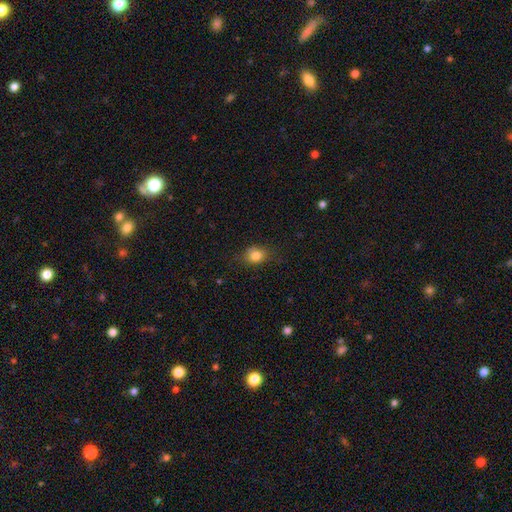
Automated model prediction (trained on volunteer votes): Q: Smooth or featured?
A: smooth (82%); runner-up: star or artifact (10%)
Q: How rounded?
A: in between (55%); runner-up: round (43%)
Q: Merging?
A: none (74%); runner-up: minor disturbance (20%)